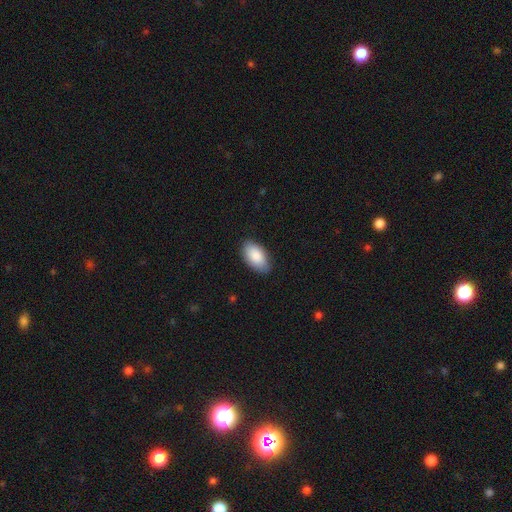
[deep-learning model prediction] Overall: smooth (87%). How rounded: in between (95%). Merging: none (84%).